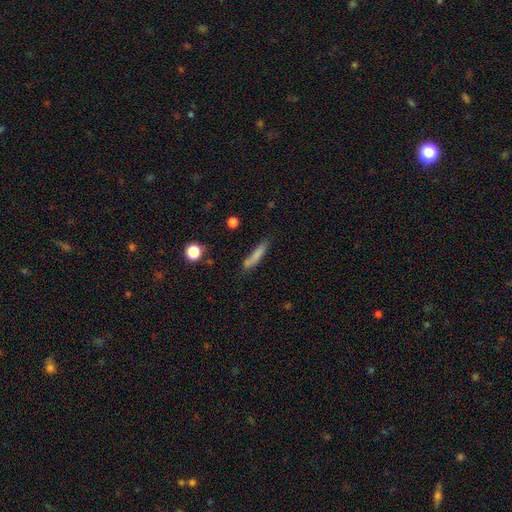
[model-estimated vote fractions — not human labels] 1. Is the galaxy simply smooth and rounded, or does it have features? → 75% smooth, 16% featured or disk, 9% star or artifact.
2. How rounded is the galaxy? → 86% cigar-shaped, 12% in between, 2% round.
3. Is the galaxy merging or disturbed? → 66% none, 20% minor disturbance, 8% merger, 6% major disturbance.